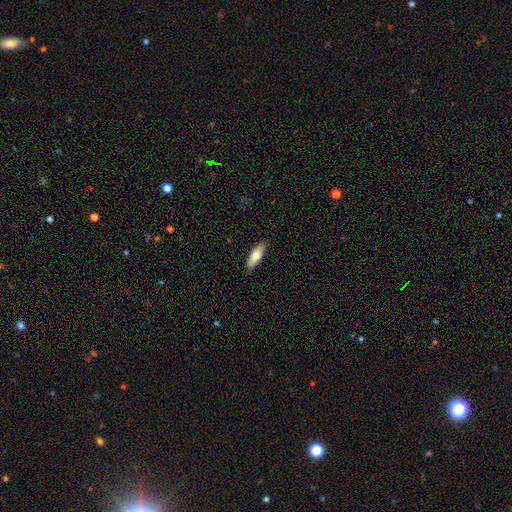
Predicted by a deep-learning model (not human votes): Smooth or featured? smooth (73%)
How rounded? in between (50%)
Merging? none (90%)